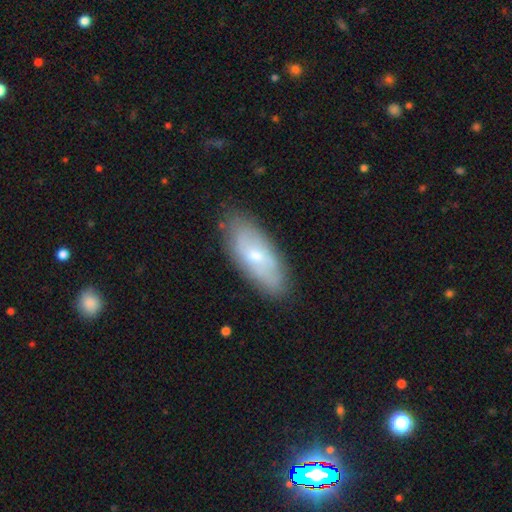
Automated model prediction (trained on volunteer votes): Q: Smooth or featured?
A: smooth (53%); runner-up: featured or disk (40%)
Q: How rounded?
A: in between (79%); runner-up: cigar-shaped (18%)
Q: Merging?
A: none (80%); runner-up: minor disturbance (15%)